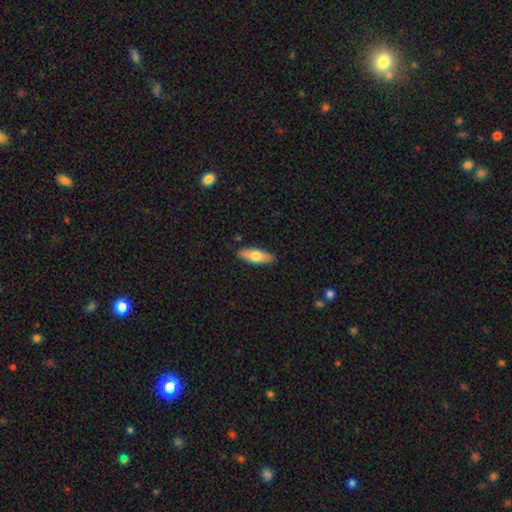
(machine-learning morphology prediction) smooth_or_featured: smooth (p=0.72) [alt: featured or disk p=0.23]
how_rounded: in between (p=0.67) [alt: cigar-shaped p=0.31]
merging: none (p=0.88) [alt: minor disturbance p=0.09]